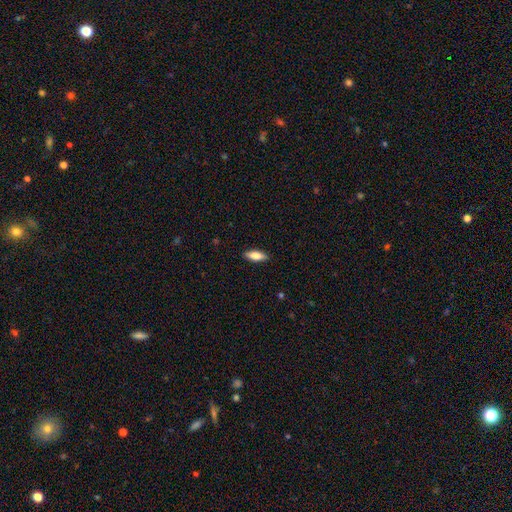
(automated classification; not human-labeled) Smooth or featured: smooth — 80% (featured or disk — 14%)
How rounded: in between — 67% (cigar-shaped — 31%)
Merging: none — 89% (minor disturbance — 9%)